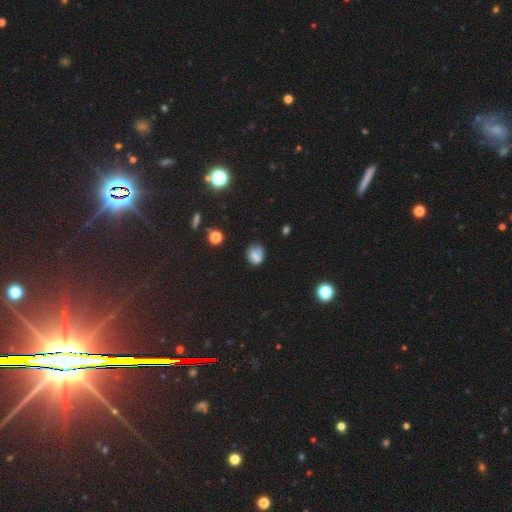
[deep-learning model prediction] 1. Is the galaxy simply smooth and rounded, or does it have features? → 69% smooth, 17% featured or disk, 15% star or artifact.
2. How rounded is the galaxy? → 61% round, 37% in between, 1% cigar-shaped.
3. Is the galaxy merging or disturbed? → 57% none, 26% minor disturbance, 10% major disturbance, 7% merger.